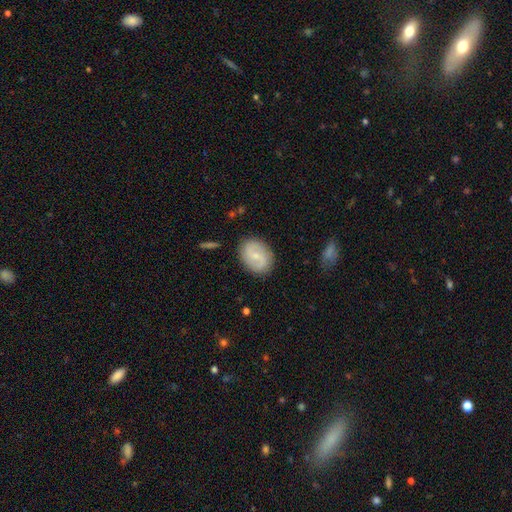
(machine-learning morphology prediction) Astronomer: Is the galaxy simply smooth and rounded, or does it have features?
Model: featured or disk — 63%.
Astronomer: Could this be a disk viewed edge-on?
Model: no — 97%.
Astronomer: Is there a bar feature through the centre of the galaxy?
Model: weak — 47% (runner-up: no, 40%).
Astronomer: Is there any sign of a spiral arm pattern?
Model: yes — 87%.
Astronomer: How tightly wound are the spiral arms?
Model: medium — 45% (runner-up: loose, 34%).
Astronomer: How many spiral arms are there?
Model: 2 — 89%.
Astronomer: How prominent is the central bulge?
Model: small — 64%.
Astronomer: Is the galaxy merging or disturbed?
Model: none — 86%.